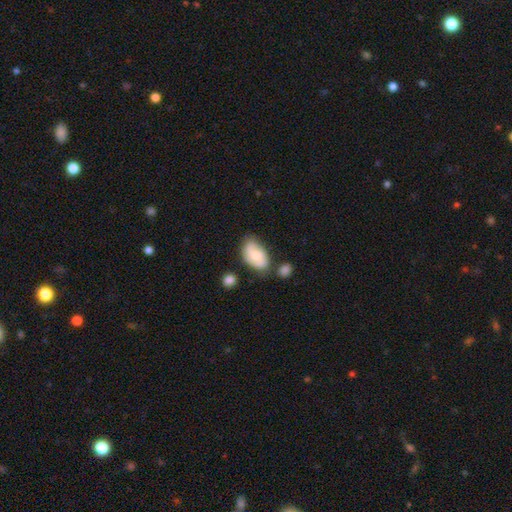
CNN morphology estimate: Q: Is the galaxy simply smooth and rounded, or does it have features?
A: featured or disk — 48%.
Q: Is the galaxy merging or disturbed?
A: none — 56%.